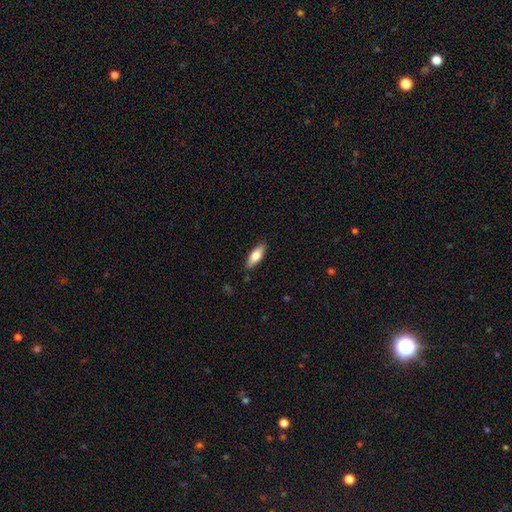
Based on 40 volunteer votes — Smooth or featured: smooth — 72% (featured or disk — 18%)
How rounded: in between — 52% (cigar-shaped — 48%)
Merging: none — 89% (minor disturbance — 8%)